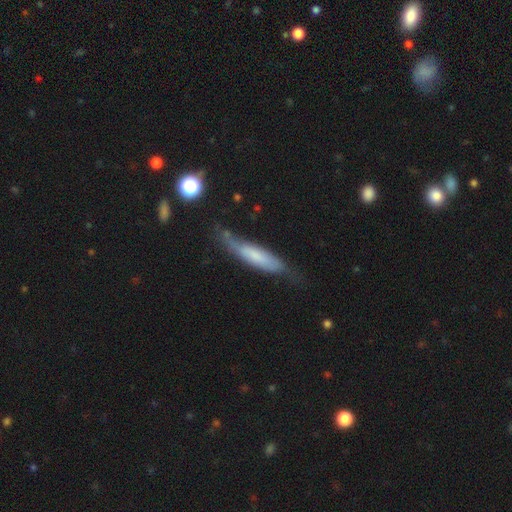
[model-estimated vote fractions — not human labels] A smooth galaxy with no disk features (54%) that is cigar-shaped (75%).

Vote fractions:
- Smooth or featured? smooth: 54% / featured or disk: 39% / star or artifact: 7%
- How rounded? cigar-shaped: 75% / in between: 23% / round: 2%
- Merging? none: 50% / minor disturbance: 32% / major disturbance: 15% / merger: 3%